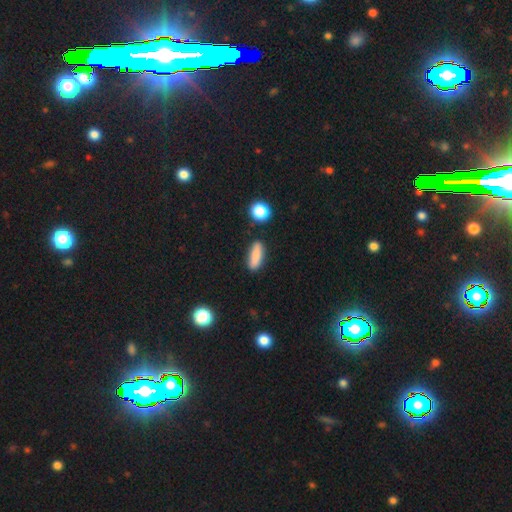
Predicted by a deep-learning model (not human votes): Smooth or featured? smooth (83%)
How rounded? in between (49%)
Merging? none (82%)